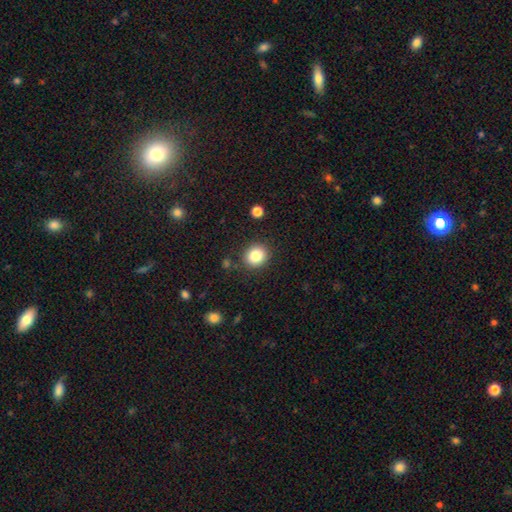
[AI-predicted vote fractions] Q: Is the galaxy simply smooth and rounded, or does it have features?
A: smooth — 84%.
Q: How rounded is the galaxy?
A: round — 79%.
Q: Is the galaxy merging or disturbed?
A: none — 88%.